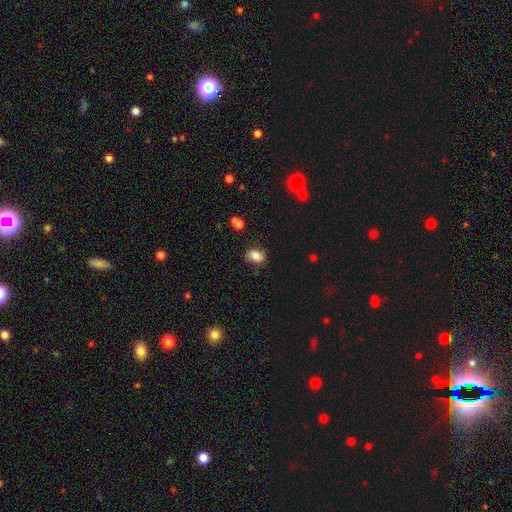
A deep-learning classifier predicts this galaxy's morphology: The model was most divided on "how rounded": in between: 75%, round: 23%, cigar-shaped: 1%. More confident: smooth or featured — smooth (83%); merging — none (76%).